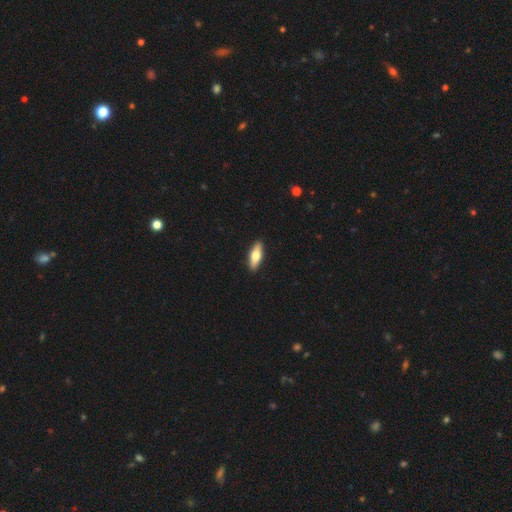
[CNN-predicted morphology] A smooth galaxy with no disk features (65%) that is in between round and cigar-shaped (61%).

Vote fractions:
- Smooth or featured? smooth: 65% / featured or disk: 30% / star or artifact: 5%
- How rounded? in between: 61% / cigar-shaped: 37% / round: 3%
- Merging? none: 90% / minor disturbance: 7% / major disturbance: 2% / merger: 1%